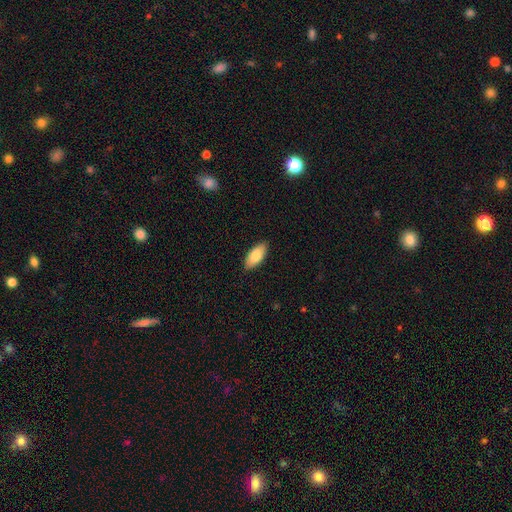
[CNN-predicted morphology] Smooth or featured? smooth (82%)
How rounded? in between (88%)
Merging? none (89%)